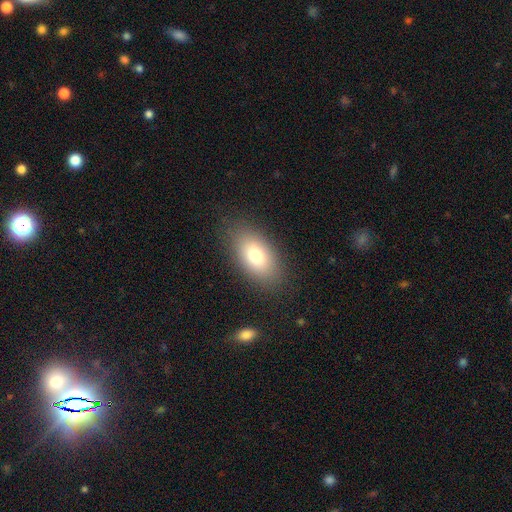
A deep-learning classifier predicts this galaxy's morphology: smooth-or-featured: smooth: 75% | featured or disk: 16% | star or artifact: 9%
  how-rounded: in between: 90% | round: 7% | cigar-shaped: 3%
  merging: none: 84% | minor disturbance: 11% | major disturbance: 4% | merger: 1%